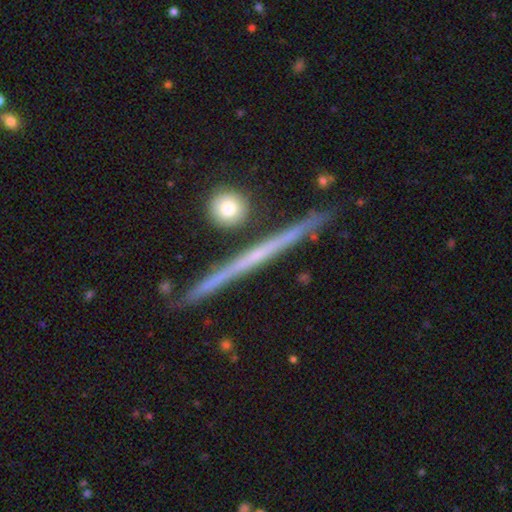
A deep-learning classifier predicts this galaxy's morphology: Smooth or featured?
  - featured or disk: 63% *
  - smooth: 29%
  - star or artifact: 8%
Edge-on disk?
  - yes: 97% *
  - no: 3%
Edge-on bulge?
  - none: 88% *
  - rounded: 8%
  - boxy: 3%
Merging?
  - none: 87% *
  - minor disturbance: 8%
  - merger: 3%
  - major disturbance: 2%